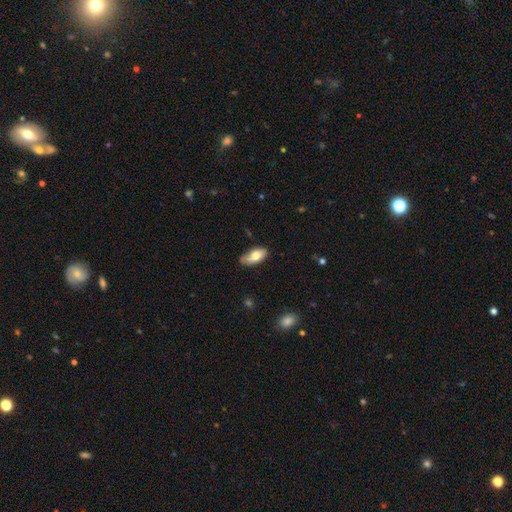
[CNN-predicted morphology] type=smooth (74%); roundness=in between (91%); merging=none (70%).